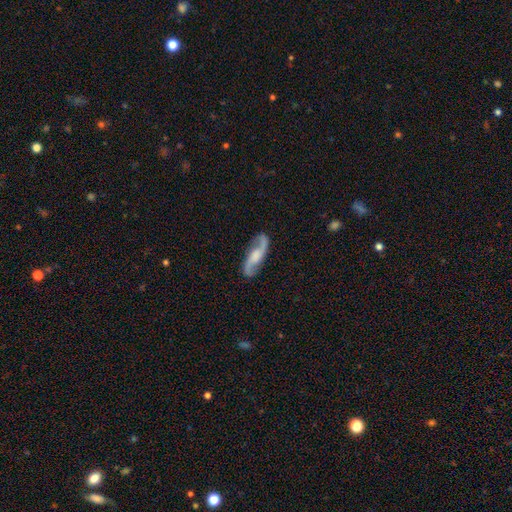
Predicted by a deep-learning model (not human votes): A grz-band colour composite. It shows a featured or disk galaxy (83%) with no bar (49%), 2 (94%) loose (60%) spiral arms (97%) and a moderate central bulge (37%). Merging: none (84%).